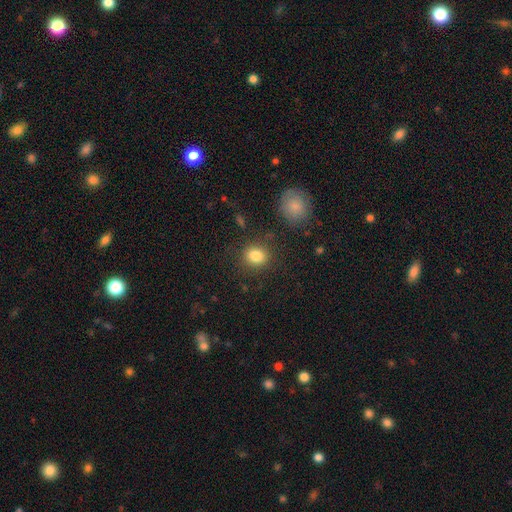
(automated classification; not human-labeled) Smooth or featured? smooth (84%)
How rounded? round (64%)
Merging? none (84%)